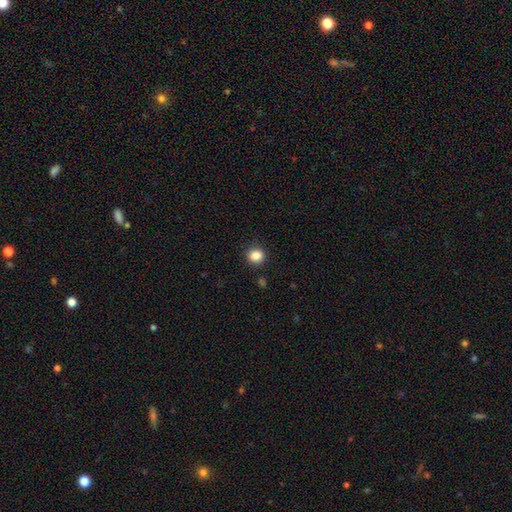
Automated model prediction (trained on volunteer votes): Overall: smooth (85%). How rounded: round (86%). Merging: none (91%).